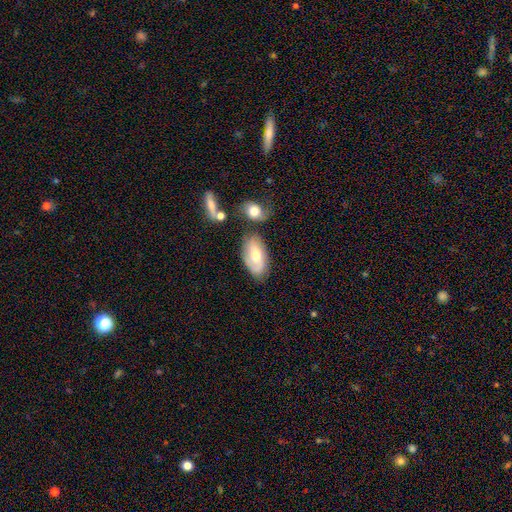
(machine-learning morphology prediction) This appears to be a smooth galaxy with no disk features (50%) that is in between round and cigar-shaped (92%). Merging: none (64%).